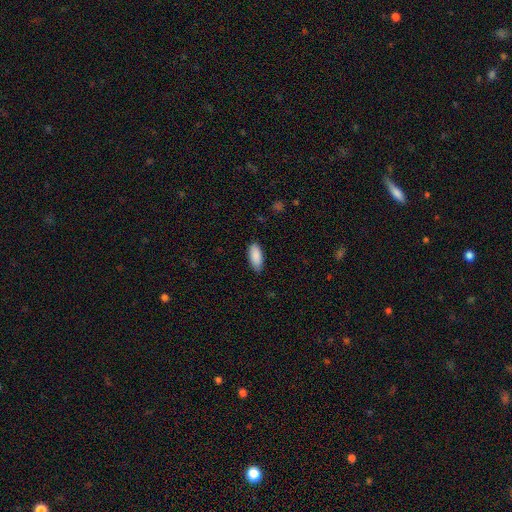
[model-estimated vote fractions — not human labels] Smooth or featured? Predicted: smooth (p=0.89). How rounded? Predicted: in between (p=0.85). Merging? Predicted: none (p=0.83).